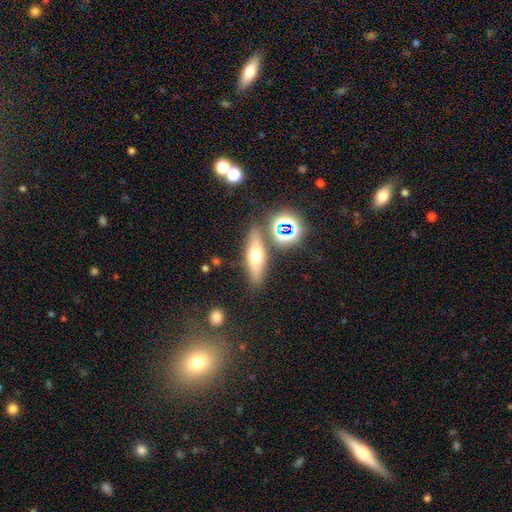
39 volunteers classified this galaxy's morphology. smooth_or_featured: smooth (p=0.62) [alt: featured or disk p=0.36]
how_rounded: cigar-shaped (p=0.54) [alt: in between p=0.46]
merging: none (p=0.92) [alt: merger p=0.08]